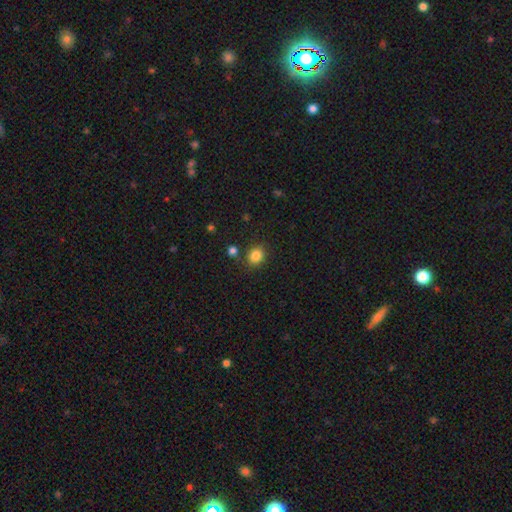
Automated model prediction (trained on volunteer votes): This appears to be a smooth galaxy with no disk features (84%) that is round (69%). Merging: none (81%).